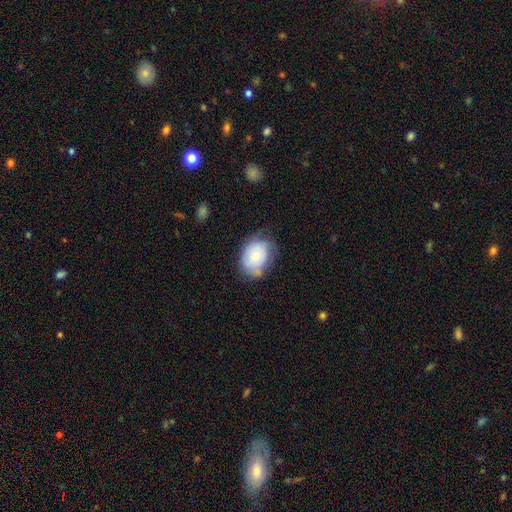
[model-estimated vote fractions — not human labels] This appears to be a smooth galaxy with no disk features (65%) that is in between round and cigar-shaped (58%). Merging: none (51%).